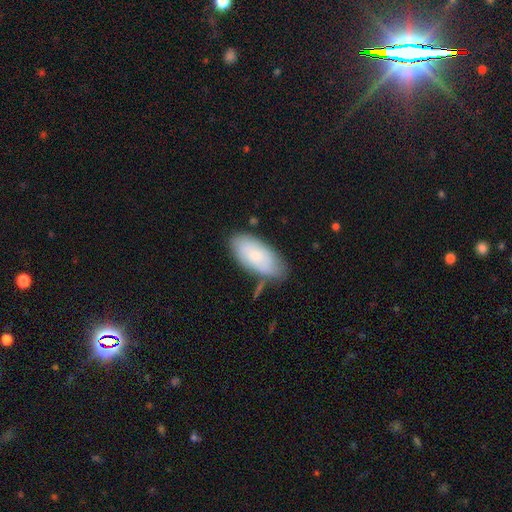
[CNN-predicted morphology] This appears to be a smooth galaxy with no disk features (72%) that is in between round and cigar-shaped (92%). Merging: none (69%).